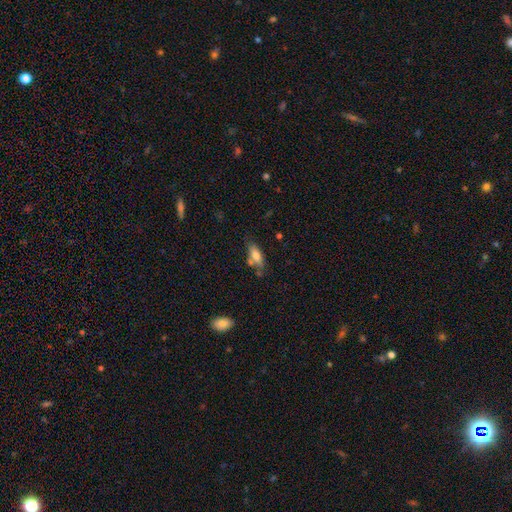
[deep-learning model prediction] Q: Smooth or featured?
A: smooth (71%); runner-up: featured or disk (22%)
Q: How rounded?
A: in between (67%); runner-up: cigar-shaped (30%)
Q: Merging?
A: none (59%); runner-up: minor disturbance (21%)